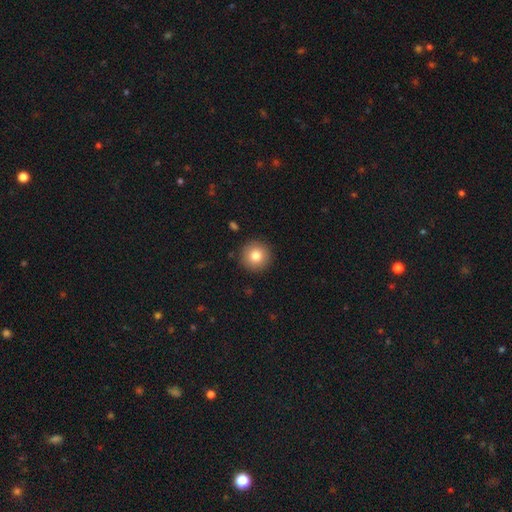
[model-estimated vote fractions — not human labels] This is clearly a smooth galaxy (81%). How rounded: clearly round (95%). Merging: clearly none (91%).